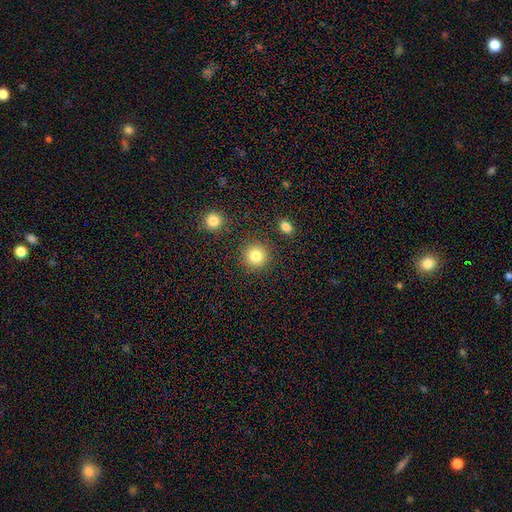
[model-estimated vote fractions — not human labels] Q: Smooth or featured?
A: smooth (83%); runner-up: star or artifact (11%)
Q: How rounded?
A: round (93%); runner-up: in between (6%)
Q: Merging?
A: none (88%); runner-up: minor disturbance (6%)